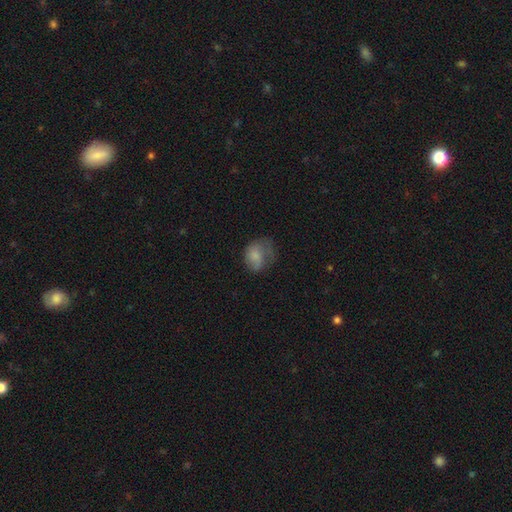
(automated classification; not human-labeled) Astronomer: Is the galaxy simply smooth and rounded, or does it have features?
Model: smooth — 67%.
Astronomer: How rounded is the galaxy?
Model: in between — 58% (runner-up: round, 41%).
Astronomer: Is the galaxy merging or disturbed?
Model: major disturbance — 36% (runner-up: none, 32%).